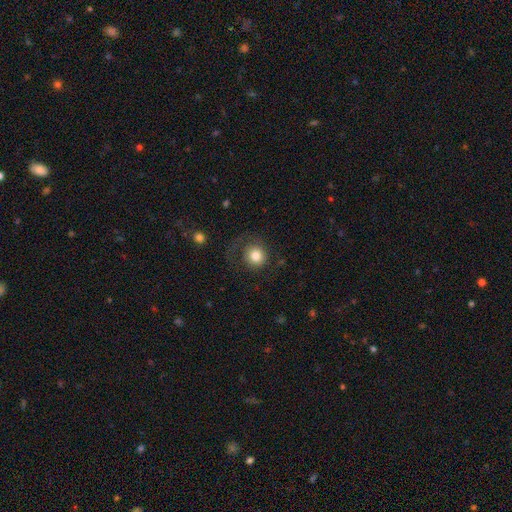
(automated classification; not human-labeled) A smooth galaxy with no disk features (80%) that is round (90%).

Vote fractions:
- Smooth or featured? smooth: 80% / featured or disk: 11% / star or artifact: 9%
- How rounded? round: 90% / in between: 9% / cigar-shaped: 1%
- Merging? none: 62% / major disturbance: 20% / minor disturbance: 16% / merger: 2%